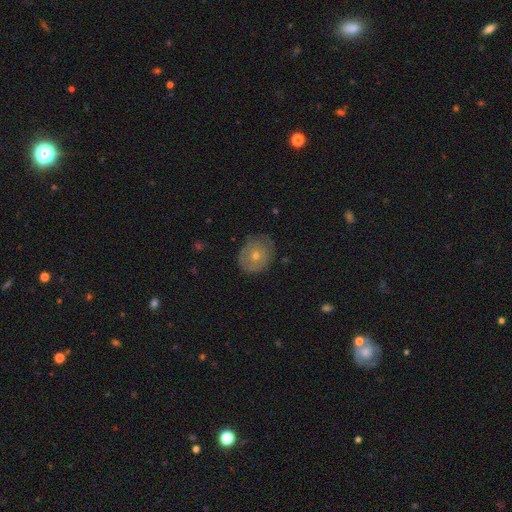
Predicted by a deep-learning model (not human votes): smooth-or-featured: smooth: 46% | featured or disk: 44% | star or artifact: 10%
  merging: none: 79% | minor disturbance: 16% | major disturbance: 4% | merger: 1%